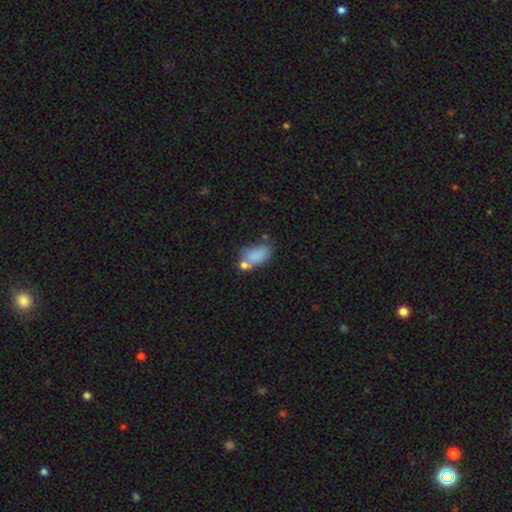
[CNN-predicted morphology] A smooth galaxy with no disk features (77%) that is in between round and cigar-shaped (89%).

Vote fractions:
- Smooth or featured? smooth: 77% / featured or disk: 13% / star or artifact: 10%
- How rounded? in between: 89% / round: 7% / cigar-shaped: 4%
- Merging? none: 43% / merger: 27% / minor disturbance: 20% / major disturbance: 10%